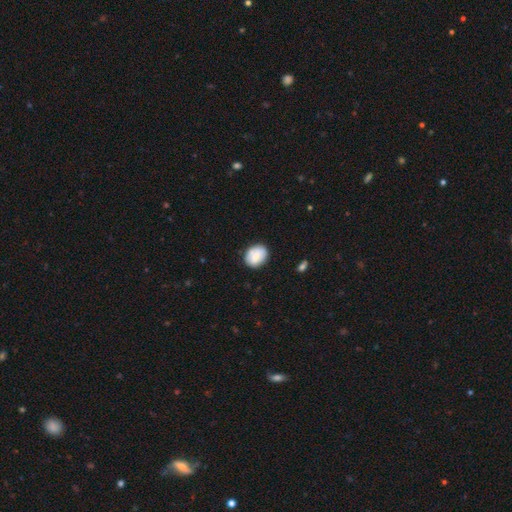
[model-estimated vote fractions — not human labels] Smooth or featured: smooth — 68% (featured or disk — 24%)
How rounded: round — 51% (in between — 48%)
Merging: none — 80% (minor disturbance — 16%)